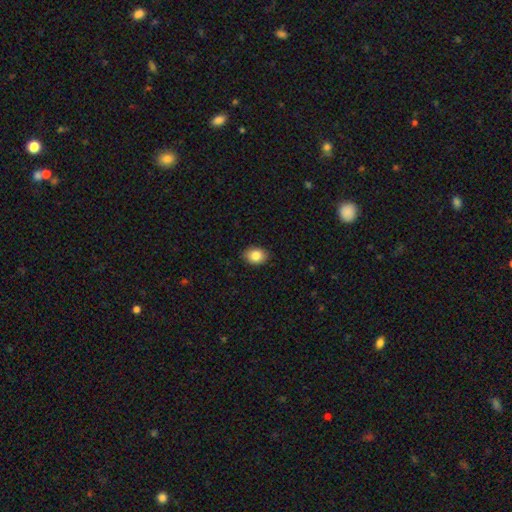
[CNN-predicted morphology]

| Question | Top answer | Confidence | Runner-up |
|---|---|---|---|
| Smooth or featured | smooth | 85% | star or artifact (8%) |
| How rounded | in between | 68% | round (31%) |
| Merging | none | 88% | minor disturbance (9%) |